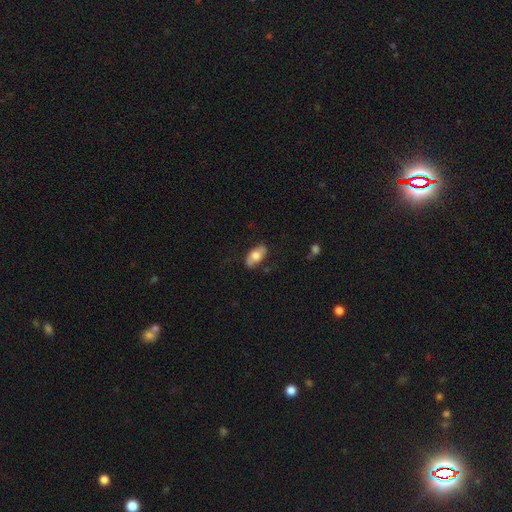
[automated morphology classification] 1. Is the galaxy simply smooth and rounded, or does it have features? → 63% smooth, 31% featured or disk, 6% star or artifact.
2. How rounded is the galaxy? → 90% in between, 6% cigar-shaped, 4% round.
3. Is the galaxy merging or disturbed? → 79% none, 15% minor disturbance, 4% major disturbance, 1% merger.